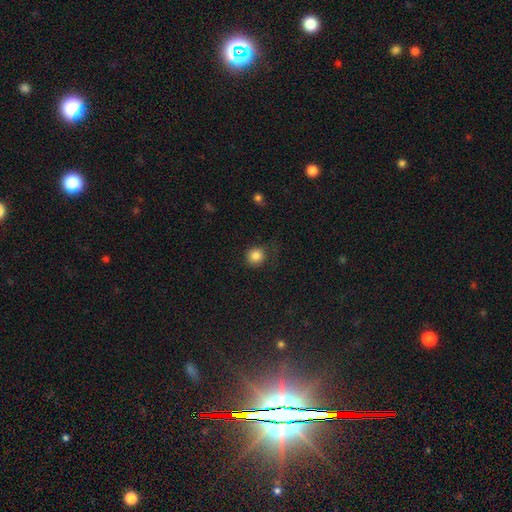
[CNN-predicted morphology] smooth_or_featured: smooth (p=0.85) [alt: star or artifact p=0.11]
how_rounded: round (p=0.88) [alt: in between p=0.11]
merging: none (p=0.78) [alt: minor disturbance p=0.14]